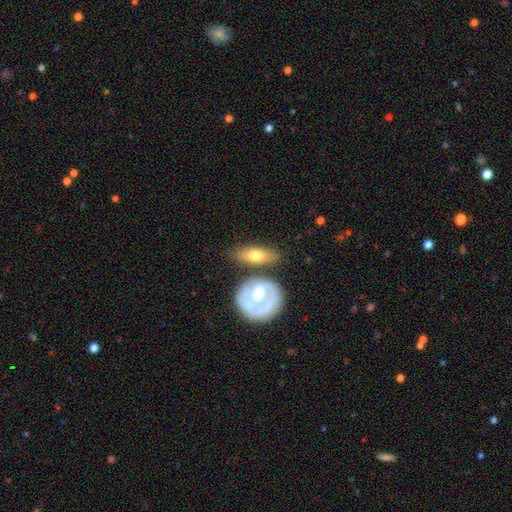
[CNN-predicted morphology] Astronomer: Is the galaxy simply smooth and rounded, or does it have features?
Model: smooth — 52% (runner-up: featured or disk, 43%).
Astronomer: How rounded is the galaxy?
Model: in between — 69%.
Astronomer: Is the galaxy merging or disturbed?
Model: none — 63%.